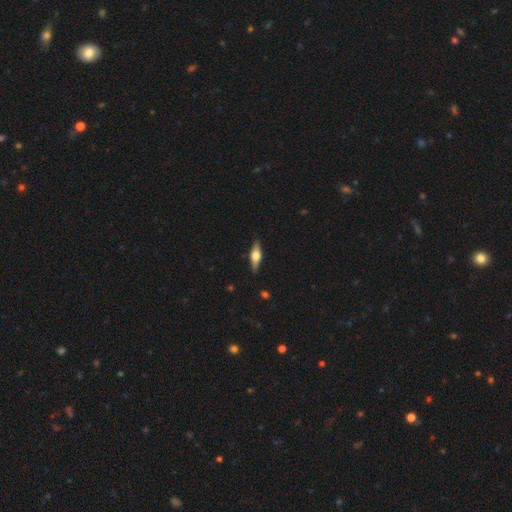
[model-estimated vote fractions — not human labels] Smooth or featured? featured or disk (57%)
Edge-on disk? yes (94%)
Edge-on bulge? rounded (92%)
Merging? none (88%)